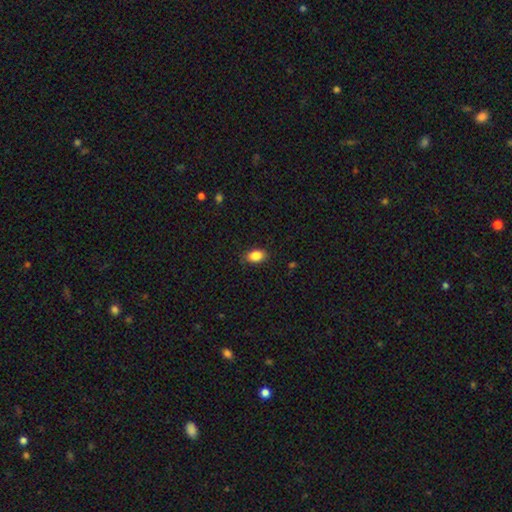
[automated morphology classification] Smooth or featured? smooth (87%)
How rounded? in between (87%)
Merging? none (83%)